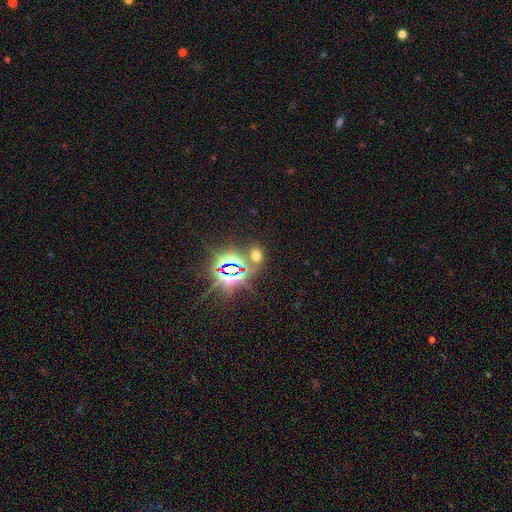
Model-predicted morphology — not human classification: Smooth or featured: star or artifact — 48% (smooth — 45%)